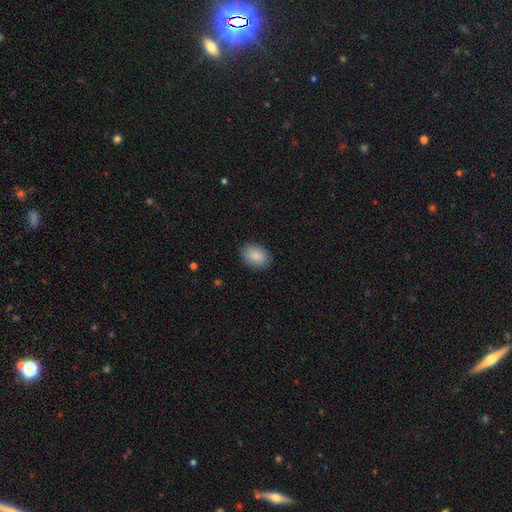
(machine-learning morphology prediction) A smooth galaxy with no disk features (88%) that is in between round and cigar-shaped (80%). Merging: none (88%).